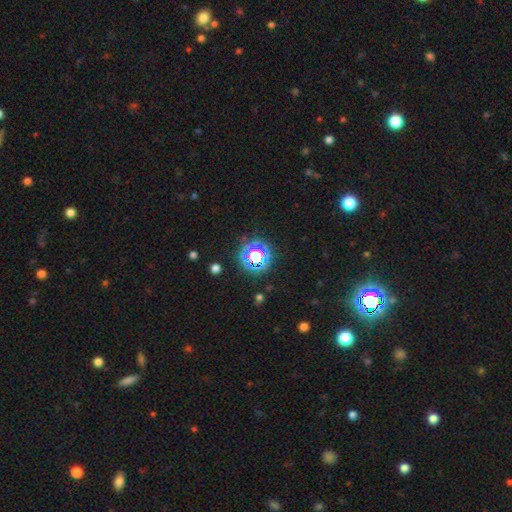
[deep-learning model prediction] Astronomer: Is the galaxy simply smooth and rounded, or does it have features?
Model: star or artifact — 68%.